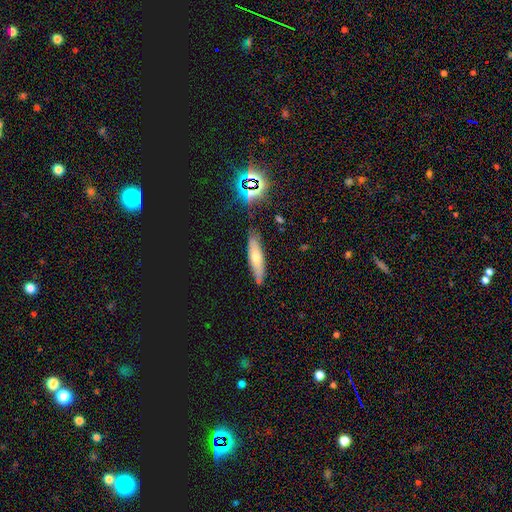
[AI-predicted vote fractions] smooth-or-featured: smooth: 53% | featured or disk: 33% | star or artifact: 14%
  how-rounded: cigar-shaped: 73% | in between: 24% | round: 2%
  merging: none: 81% | minor disturbance: 14% | major disturbance: 3% | merger: 2%